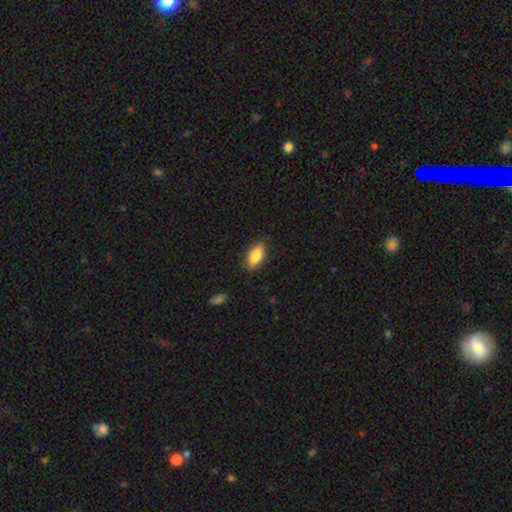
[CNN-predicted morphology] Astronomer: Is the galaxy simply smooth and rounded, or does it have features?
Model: smooth — 85%.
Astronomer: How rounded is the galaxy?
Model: in between — 88%.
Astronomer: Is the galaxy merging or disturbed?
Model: none — 85%.